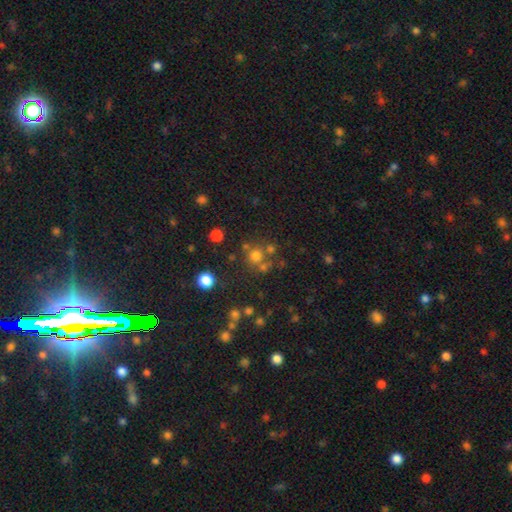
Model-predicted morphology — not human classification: smooth 67%, star or artifact 22%, featured or disk 11%. Down the decision tree: how rounded — round (90%); merging — none (64%).